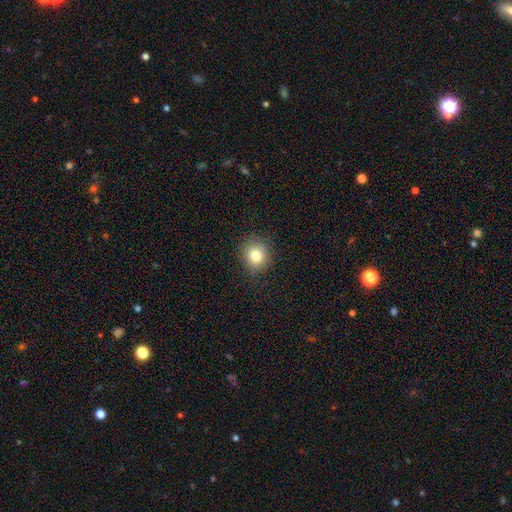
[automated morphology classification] Smooth or featured? smooth (80%)
How rounded? round (87%)
Merging? none (87%)